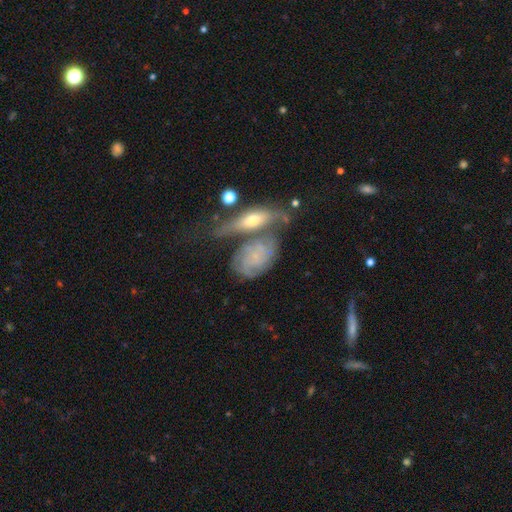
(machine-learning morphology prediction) Q: Smooth or featured?
A: featured or disk (69%); runner-up: smooth (23%)
Q: Edge-on disk?
A: no (87%); runner-up: yes (13%)
Q: Bar?
A: no (76%); runner-up: weak (20%)
Q: Spiral arms?
A: yes (86%); runner-up: no (14%)
Q: Spiral winding?
A: tight (61%); runner-up: medium (29%)
Q: Spiral arm count?
A: can't tell (38%); runner-up: 2 (28%)
Q: Bulge size?
A: small (67%); runner-up: moderate (15%)
Q: Merging?
A: none (39%); runner-up: merger (32%)